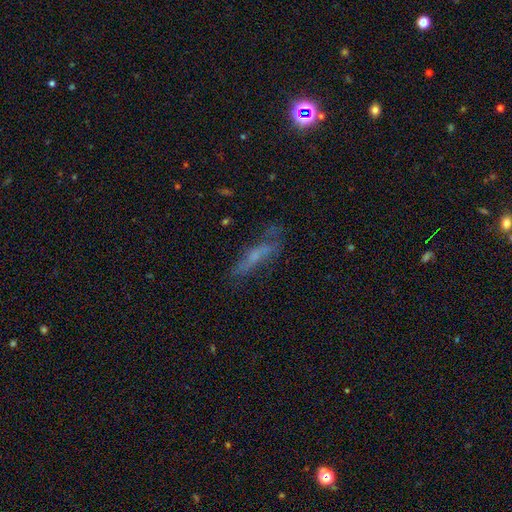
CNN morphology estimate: The model was most divided on "smooth or featured": featured or disk: 44%, smooth: 42%, star or artifact: 14%. More confident: merging — none (56%).